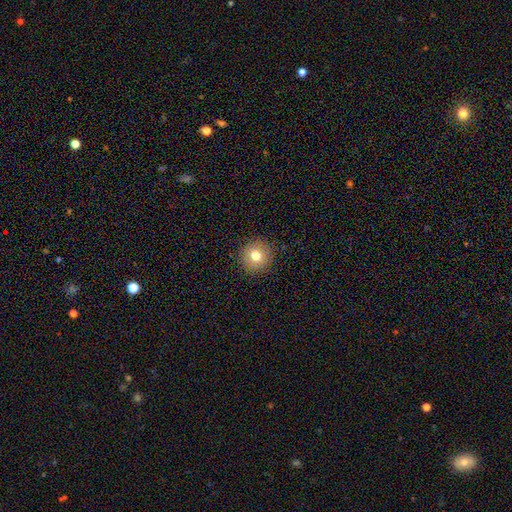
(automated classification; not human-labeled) A smooth galaxy with no disk features (76%) that is round (93%).

Vote fractions:
- Smooth or featured? smooth: 76% / featured or disk: 13% / star or artifact: 12%
- How rounded? round: 93% / in between: 6% / cigar-shaped: 1%
- Merging? none: 90% / minor disturbance: 6% / major disturbance: 2% / merger: 1%